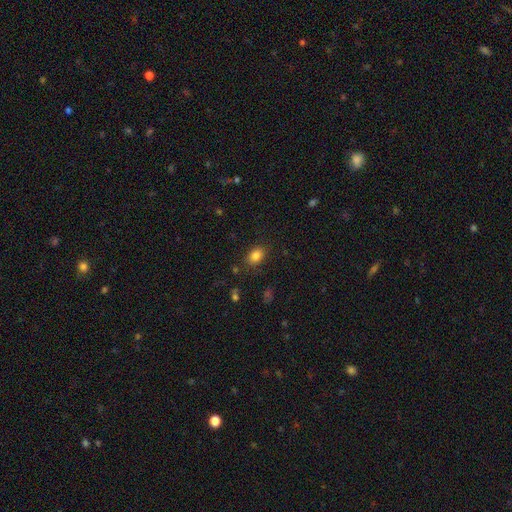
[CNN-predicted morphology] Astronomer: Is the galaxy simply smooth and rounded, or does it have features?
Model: smooth — 84%.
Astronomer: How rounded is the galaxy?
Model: in between — 78%.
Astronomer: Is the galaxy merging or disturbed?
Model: none — 84%.